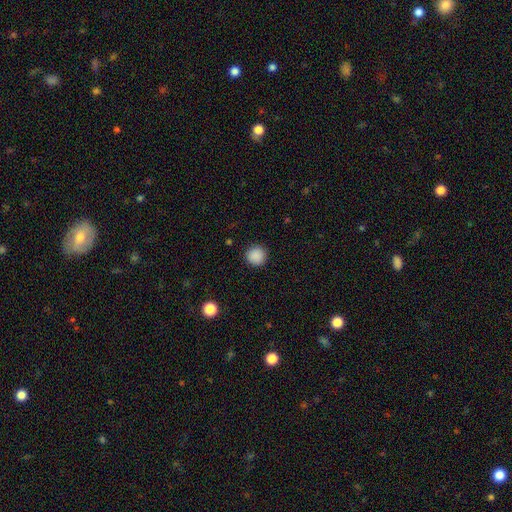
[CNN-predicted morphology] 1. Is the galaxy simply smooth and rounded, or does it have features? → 89% smooth, 9% star or artifact, 2% featured or disk.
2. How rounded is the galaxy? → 93% round, 6% in between, 1% cigar-shaped.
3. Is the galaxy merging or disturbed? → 91% none, 6% minor disturbance, 2% major disturbance, 1% merger.